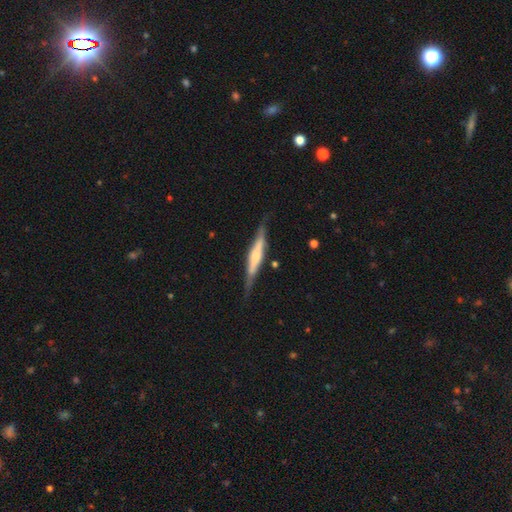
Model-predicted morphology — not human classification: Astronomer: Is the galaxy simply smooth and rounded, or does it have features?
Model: featured or disk — 64%.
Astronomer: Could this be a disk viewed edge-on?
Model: yes — 95%.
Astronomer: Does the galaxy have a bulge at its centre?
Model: rounded — 51% (runner-up: boxy, 31%).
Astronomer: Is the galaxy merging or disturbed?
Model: none — 78%.